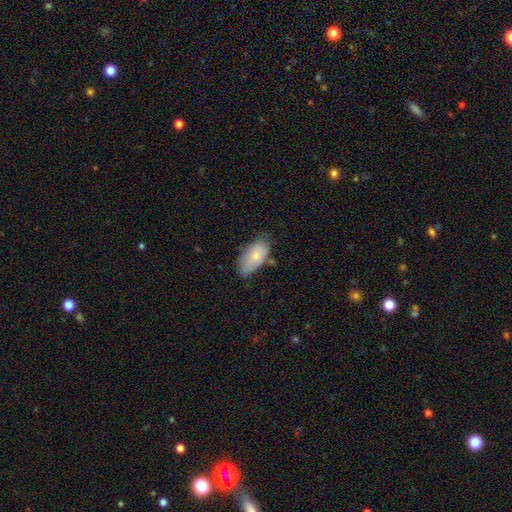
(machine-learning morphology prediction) Smooth or featured: smooth — 72% (featured or disk — 22%)
How rounded: in between — 93% (round — 4%)
Merging: none — 49% (minor disturbance — 37%)